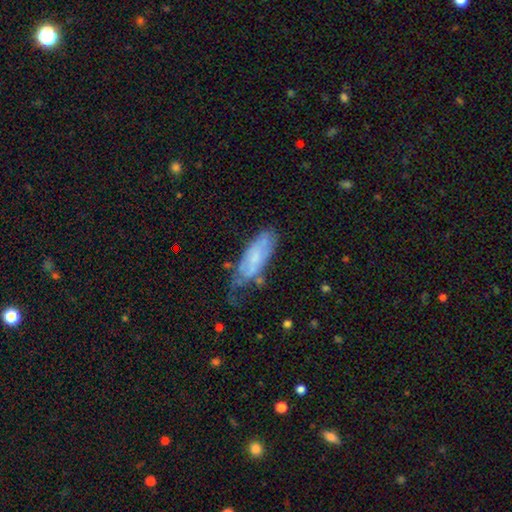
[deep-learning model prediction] Overall: featured or disk (47%; smooth 45%). Merging: minor disturbance (36%, tied with none).